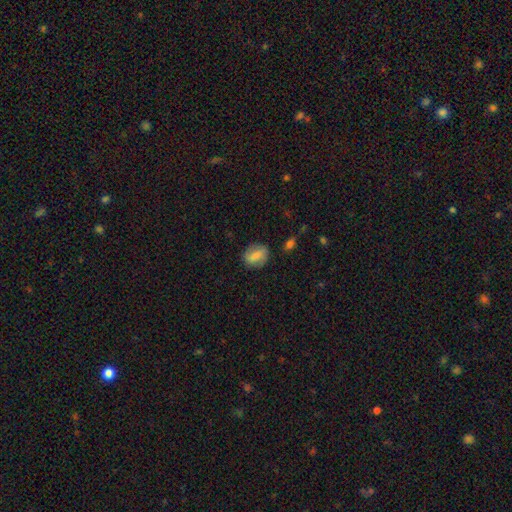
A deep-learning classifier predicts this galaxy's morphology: This appears to be a smooth galaxy with no disk features (73%) that is in between round and cigar-shaped (63%). Merging: none (77%).